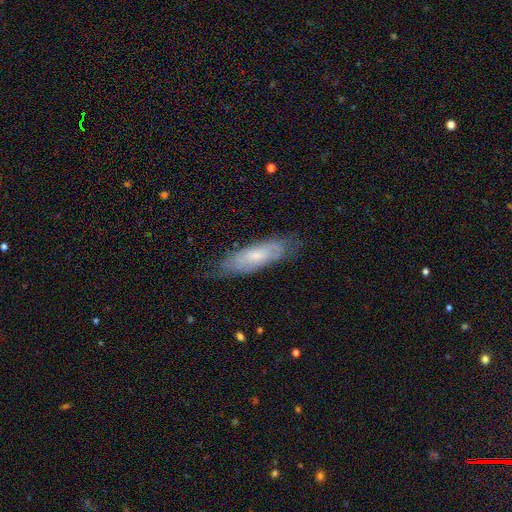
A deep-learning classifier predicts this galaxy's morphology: Smooth or featured? Predicted: featured or disk (p=0.51). Edge-on disk? Predicted: no (p=0.70). Merging? Predicted: none (p=0.68).